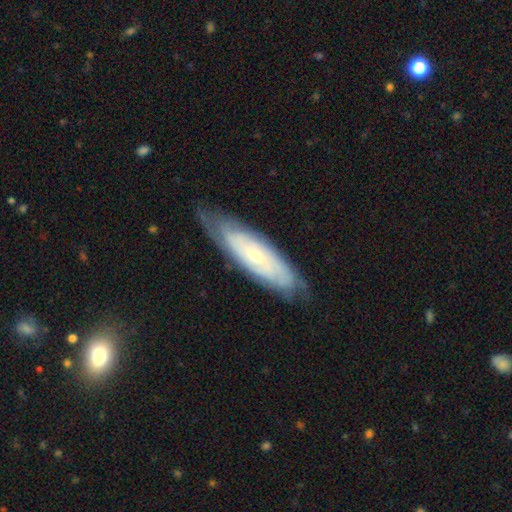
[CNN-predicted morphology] smooth_or_featured: featured or disk (p=0.75) [alt: smooth p=0.19]
disk_edge_on: no (p=0.78) [alt: yes p=0.22]
bar: no (p=0.75) [alt: weak p=0.19]
has_spiral_arms: yes (p=0.86) [alt: no p=0.14]
spiral_winding: tight (p=0.74) [alt: medium p=0.20]
spiral_arm_count: can't tell (p=0.60) [alt: 2 p=0.21]
bulge_size: small (p=0.55) [alt: moderate p=0.41]
merging: none (p=0.74) [alt: minor disturbance p=0.20]